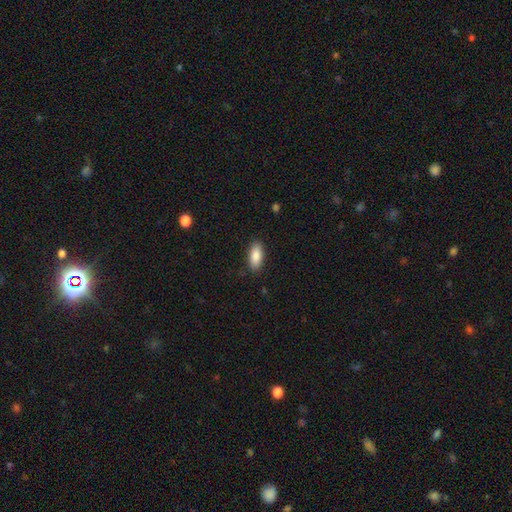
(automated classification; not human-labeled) Overall: smooth (87%). How rounded: in between (85%). Merging: none (87%).